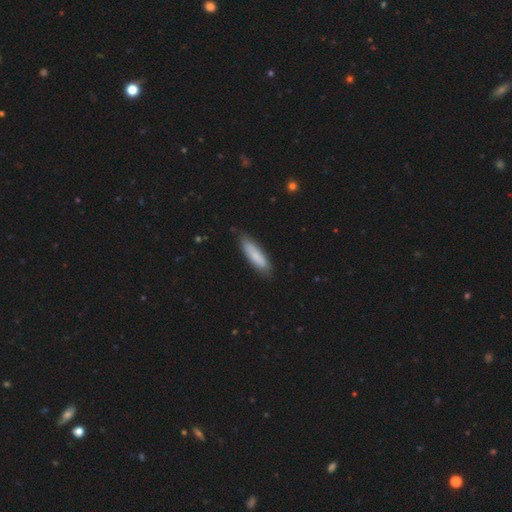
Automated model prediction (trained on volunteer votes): Smooth or featured: smooth — 82% (featured or disk — 12%)
How rounded: cigar-shaped — 66% (in between — 33%)
Merging: none — 80% (minor disturbance — 16%)